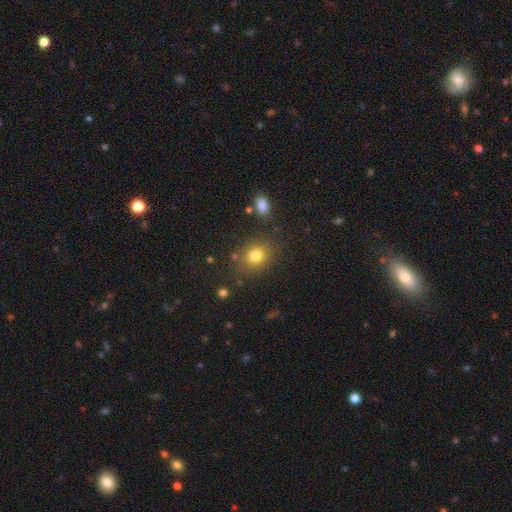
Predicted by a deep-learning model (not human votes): The model was most divided on "how rounded": round: 63%, in between: 36%, cigar-shaped: 1%. More confident: merging — none (81%); smooth or featured — smooth (79%).